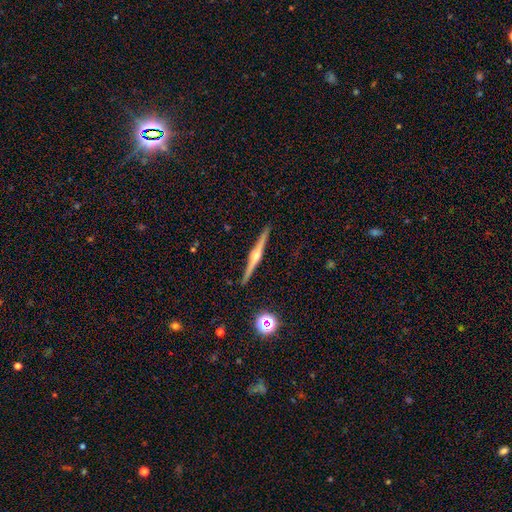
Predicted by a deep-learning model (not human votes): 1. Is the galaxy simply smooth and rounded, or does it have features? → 82% featured or disk, 11% smooth, 7% star or artifact.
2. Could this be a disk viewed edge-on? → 99% yes, 1% no.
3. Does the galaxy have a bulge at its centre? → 91% rounded, 5% boxy, 3% none.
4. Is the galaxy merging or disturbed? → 92% none, 5% minor disturbance, 1% major disturbance, 1% merger.